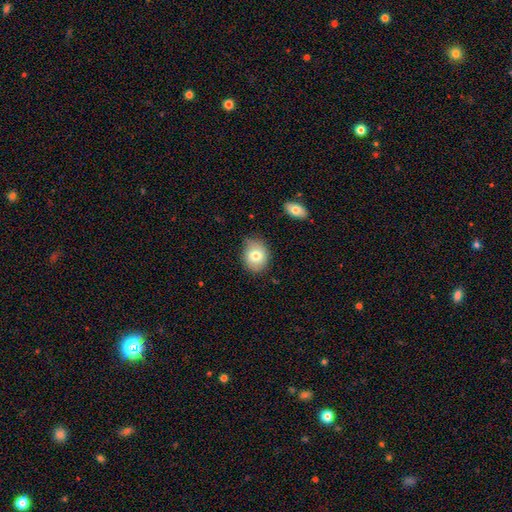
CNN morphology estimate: smooth-or-featured: smooth: 78% | featured or disk: 14% | star or artifact: 9%
  how-rounded: round: 57% | in between: 42% | cigar-shaped: 1%
  merging: none: 72% | minor disturbance: 22% | major disturbance: 4% | merger: 2%